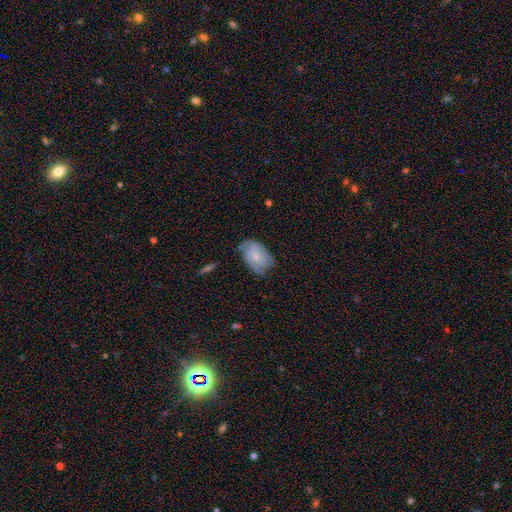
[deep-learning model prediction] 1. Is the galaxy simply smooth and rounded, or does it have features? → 54% featured or disk, 39% smooth, 7% star or artifact.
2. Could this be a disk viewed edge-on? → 96% no, 4% yes.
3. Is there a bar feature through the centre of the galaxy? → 72% no, 24% weak, 4% strong.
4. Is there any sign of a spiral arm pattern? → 82% yes, 18% no.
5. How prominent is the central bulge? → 65% small, 27% moderate, 5% none, 2% large, 1% dominant.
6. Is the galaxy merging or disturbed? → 60% none, 29% minor disturbance, 10% major disturbance, 2% merger.